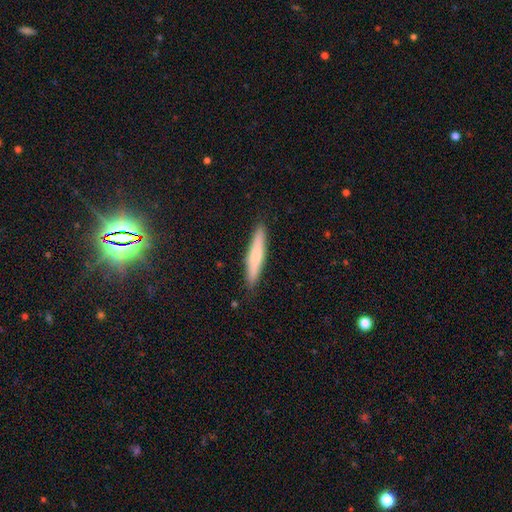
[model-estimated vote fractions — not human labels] A smooth galaxy with no disk features (63%) that is cigar-shaped (90%).

Vote fractions:
- Smooth or featured? smooth: 63% / featured or disk: 31% / star or artifact: 6%
- How rounded? cigar-shaped: 90% / in between: 9% / round: 1%
- Merging? none: 89% / minor disturbance: 8% / major disturbance: 2% / merger: 1%